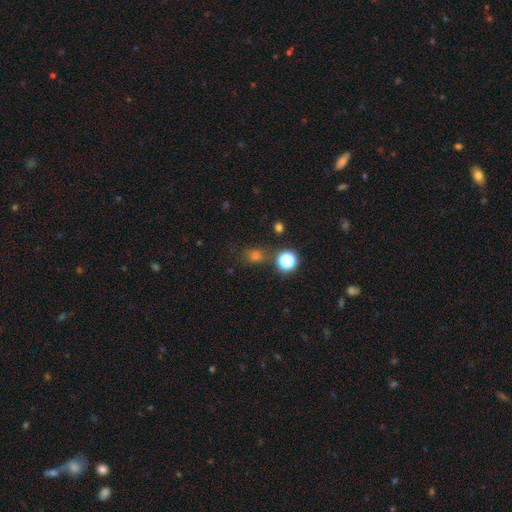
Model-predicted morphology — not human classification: smooth-or-featured: smooth: 56% | star or artifact: 37% | featured or disk: 7%
  how-rounded: round: 74% | in between: 24% | cigar-shaped: 2%
  merging: none: 76% | minor disturbance: 11% | merger: 8% | major disturbance: 5%